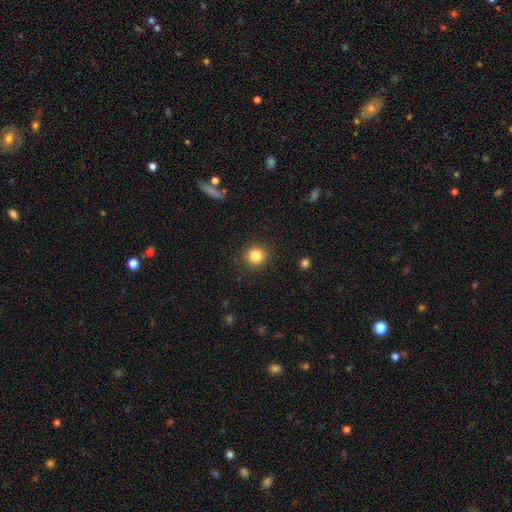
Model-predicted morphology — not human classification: smooth 84%, star or artifact 11%, featured or disk 5%. Down the decision tree: how rounded — round (94%); merging — none (91%).